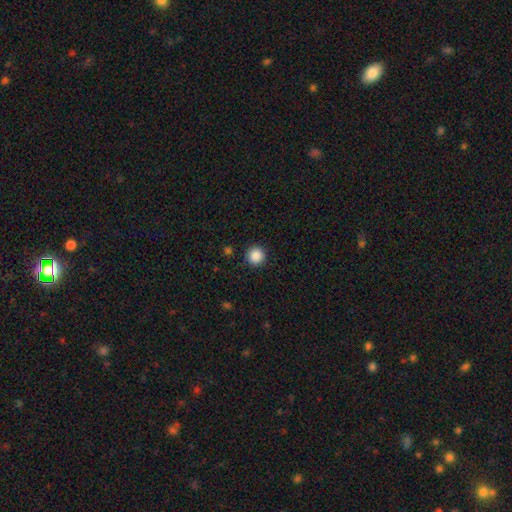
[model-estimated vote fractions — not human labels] Morphology: type=smooth (87%); roundness=round (95%); merging=none (91%).